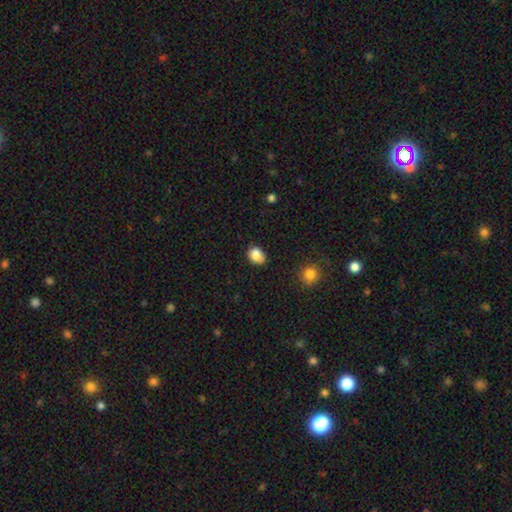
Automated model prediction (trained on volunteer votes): This appears to be a smooth galaxy with no disk features (85%) that is in between round and cigar-shaped (56%). Merging: none (69%).